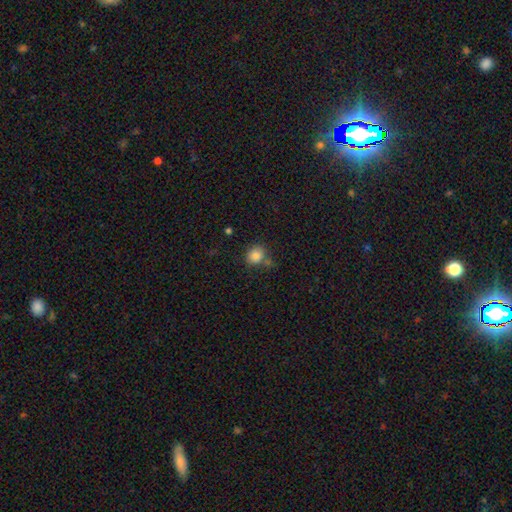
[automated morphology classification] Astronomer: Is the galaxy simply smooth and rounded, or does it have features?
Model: smooth — 84%.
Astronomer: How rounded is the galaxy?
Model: round — 74%.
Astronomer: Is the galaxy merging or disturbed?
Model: none — 69%.